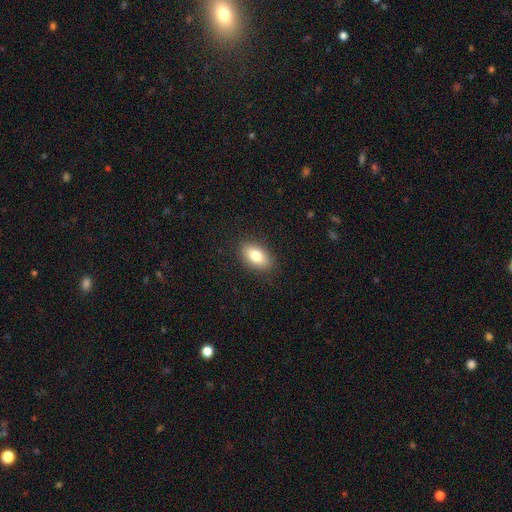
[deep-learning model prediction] The model was most divided on "smooth or featured": smooth: 81%, featured or disk: 11%, star or artifact: 8%. More confident: how rounded — in between (90%); merging — none (87%).